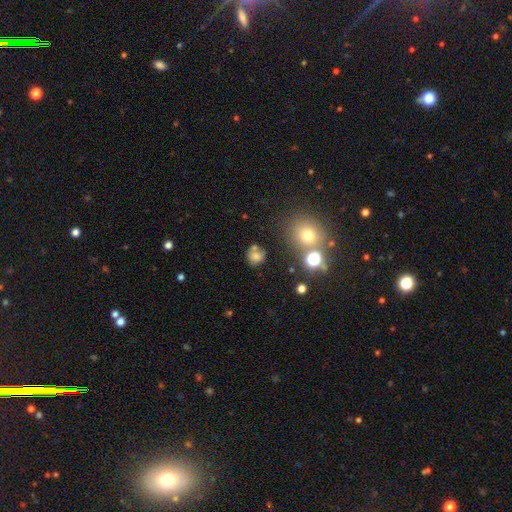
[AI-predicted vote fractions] Overall: smooth (70%). How rounded: round (79%). Merging: none (60%).